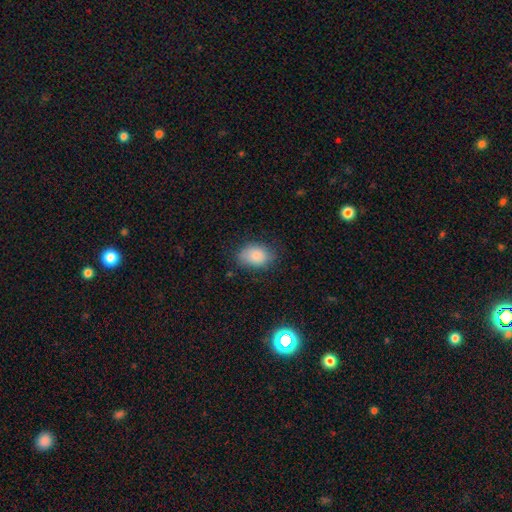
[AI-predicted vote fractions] A smooth galaxy with no disk features (86%) that is in between round and cigar-shaped (75%). Merging: none (70%).